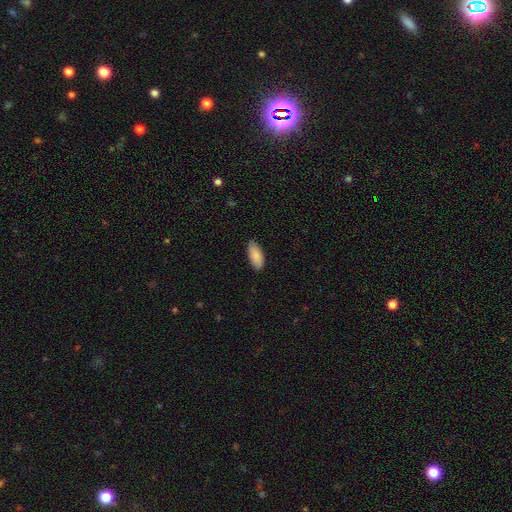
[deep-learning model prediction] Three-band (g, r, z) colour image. It shows a smooth galaxy with no disk features (88%) that is in between round and cigar-shaped (85%). Merging: none (86%).